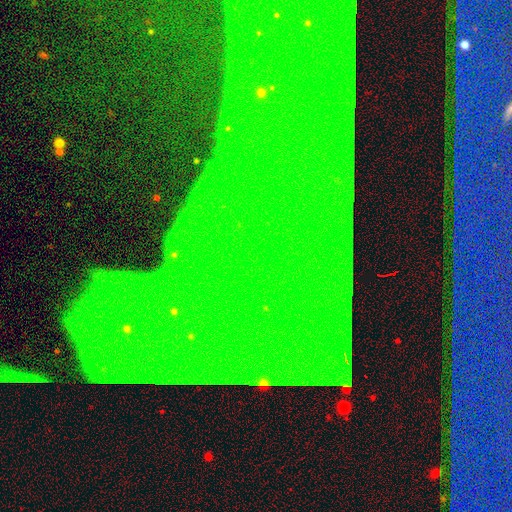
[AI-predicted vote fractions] A star or artifact, not a galaxy (86%).

Vote fractions:
- Smooth or featured? star or artifact: 86% / featured or disk: 8% / smooth: 6%